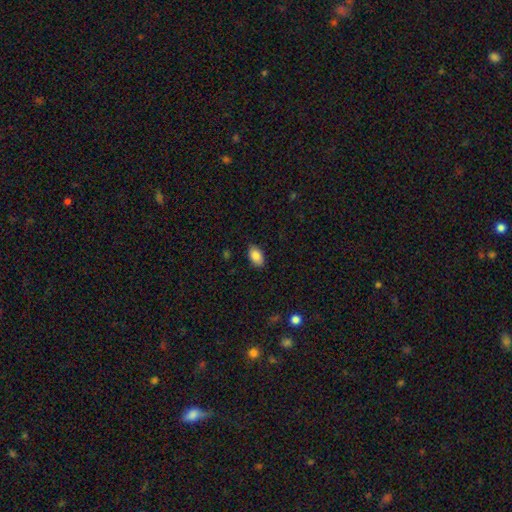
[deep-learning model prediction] Q: Smooth or featured?
A: smooth (87%); runner-up: star or artifact (7%)
Q: How rounded?
A: in between (92%); runner-up: round (6%)
Q: Merging?
A: none (85%); runner-up: minor disturbance (11%)